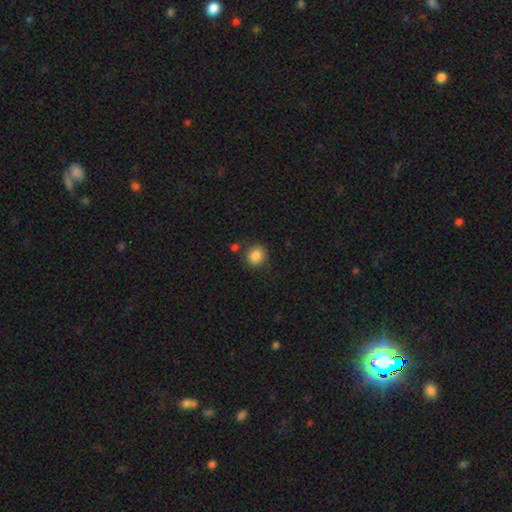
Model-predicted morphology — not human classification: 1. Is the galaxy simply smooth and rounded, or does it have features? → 85% smooth, 10% star or artifact, 5% featured or disk.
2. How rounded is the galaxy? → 85% round, 14% in between, 1% cigar-shaped.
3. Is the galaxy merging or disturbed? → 81% none, 11% minor disturbance, 6% merger, 3% major disturbance.